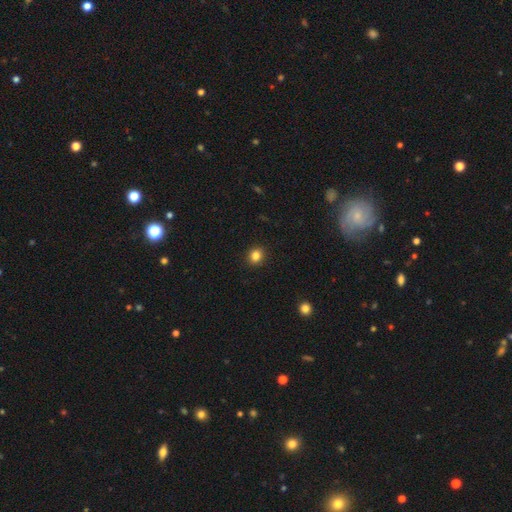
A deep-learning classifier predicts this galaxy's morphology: Smooth or featured? smooth (84%)
How rounded? round (81%)
Merging? none (92%)